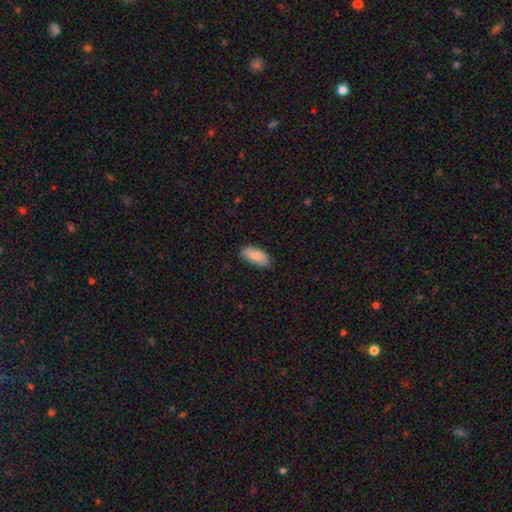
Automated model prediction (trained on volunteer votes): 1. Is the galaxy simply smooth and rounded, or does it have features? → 89% smooth, 6% star or artifact, 5% featured or disk.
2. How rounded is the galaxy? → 91% in between, 7% cigar-shaped, 2% round.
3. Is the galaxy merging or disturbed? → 82% none, 14% minor disturbance, 2% major disturbance, 1% merger.